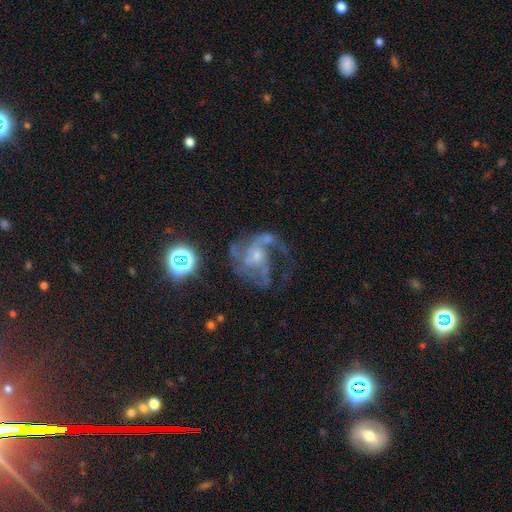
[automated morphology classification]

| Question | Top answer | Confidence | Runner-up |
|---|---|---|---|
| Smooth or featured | featured or disk | 75% | star or artifact (14%) |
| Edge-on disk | no | 98% | yes (2%) |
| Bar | no | 66% | weak (28%) |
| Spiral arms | yes | 84% | no (16%) |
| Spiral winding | medium | 47% | loose (33%) |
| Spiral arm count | can't tell | 27% | tied: 3 (27%) |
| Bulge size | small | 53% | moderate (32%) |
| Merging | none | 40% | major disturbance (37%) |